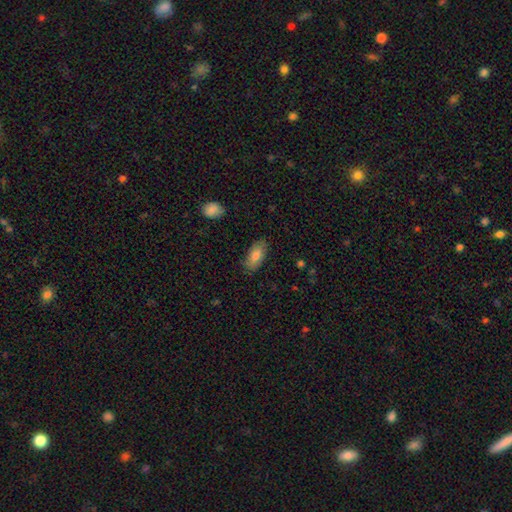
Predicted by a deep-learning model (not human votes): Smooth or featured?
  - smooth: 76% *
  - featured or disk: 17%
  - star or artifact: 7%
How rounded?
  - in between: 91% *
  - cigar-shaped: 5%
  - round: 3%
Merging?
  - none: 82% *
  - minor disturbance: 14%
  - major disturbance: 3%
  - merger: 1%